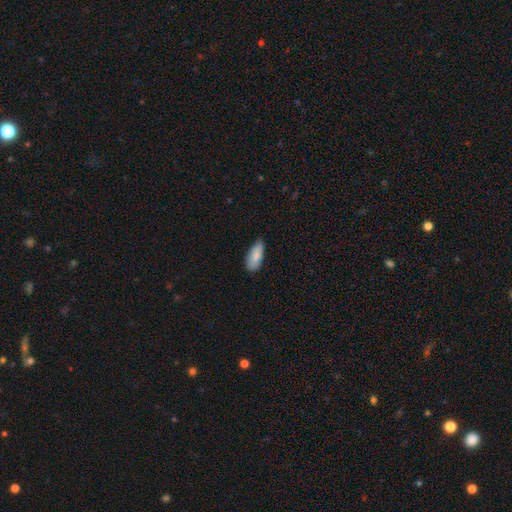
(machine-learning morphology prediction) This is clearly a smooth galaxy (87%). How rounded: clearly in between (86%). Merging: likely none (71%).